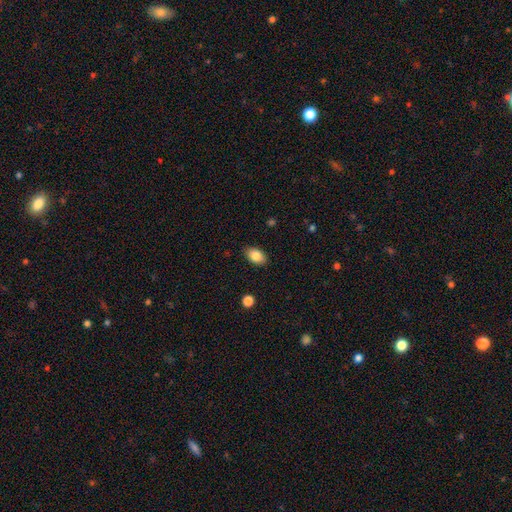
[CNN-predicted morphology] Smooth or featured? smooth (85%)
How rounded? in between (88%)
Merging? none (87%)